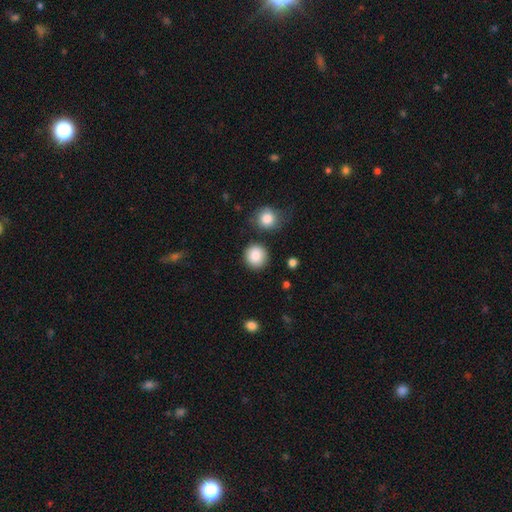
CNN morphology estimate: This is clearly a smooth galaxy (86%). How rounded: clearly round (93%). Merging: clearly none (85%).